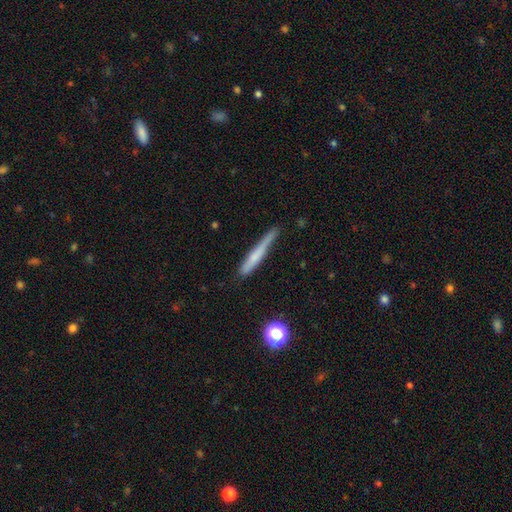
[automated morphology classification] This is possibly a smooth galaxy (58%). How rounded: clearly cigar-shaped (95%). Merging: likely none (70%).